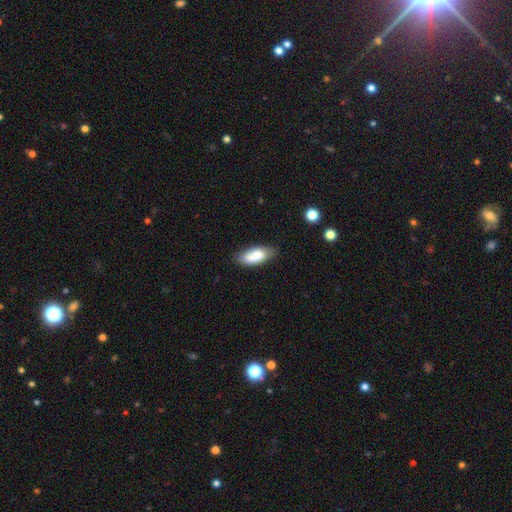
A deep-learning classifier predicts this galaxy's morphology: This is likely a smooth galaxy (77%). How rounded: clearly in between (86%). Merging: likely none (72%).